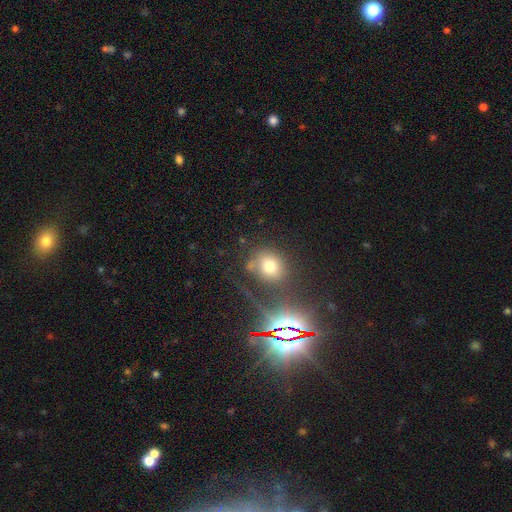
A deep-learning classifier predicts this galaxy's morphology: Smooth or featured?
  - star or artifact: 47% *
  - smooth: 38%
  - featured or disk: 15%